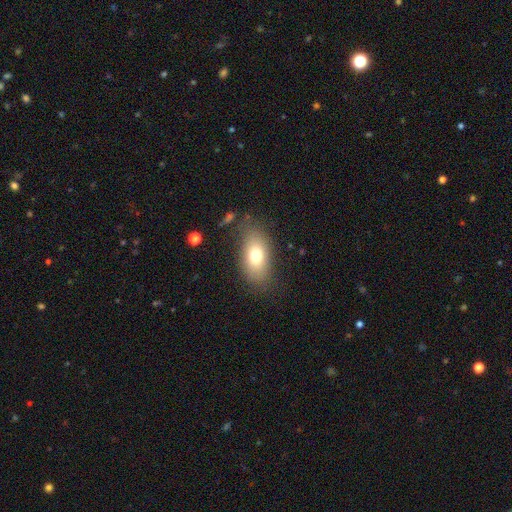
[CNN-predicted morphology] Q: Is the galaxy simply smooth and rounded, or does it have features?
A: smooth — 75%.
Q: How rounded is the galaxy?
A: in between — 88%.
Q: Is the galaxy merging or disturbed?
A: none — 77%.